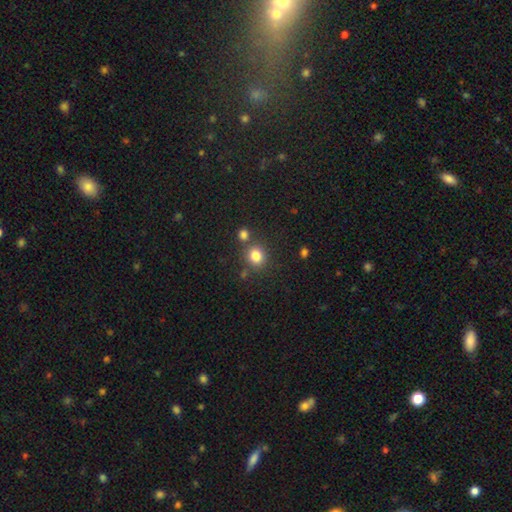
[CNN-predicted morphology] type=smooth (81%); roundness=round (78%); merging=none (72%).